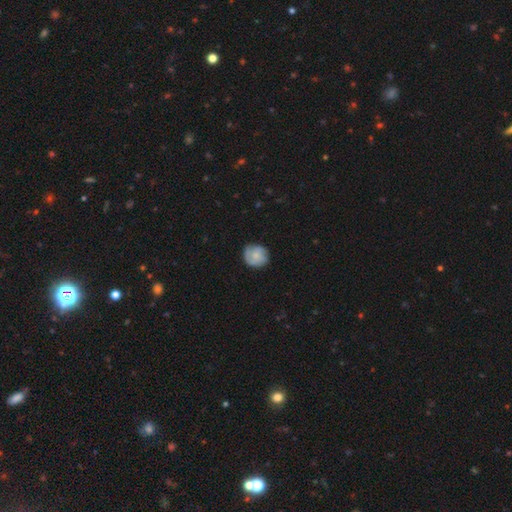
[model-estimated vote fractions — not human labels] A smooth galaxy with no disk features (64%) that is round (85%). Merging: none (77%).